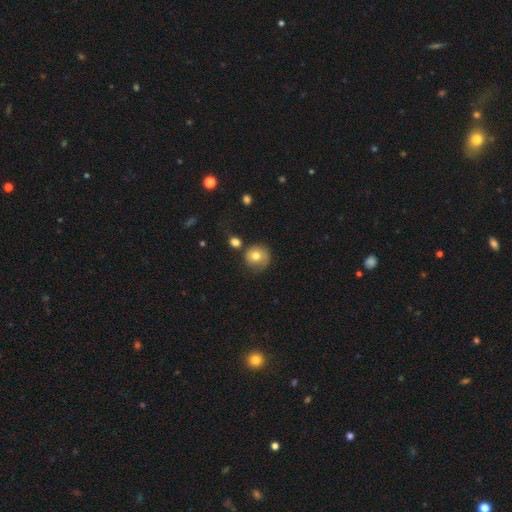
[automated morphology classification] Smooth or featured? Predicted: smooth (p=0.74). How rounded? Predicted: round (p=0.89). Merging? Predicted: none (p=0.60).